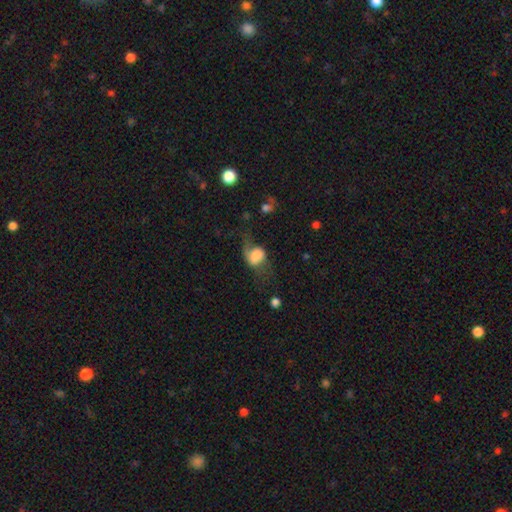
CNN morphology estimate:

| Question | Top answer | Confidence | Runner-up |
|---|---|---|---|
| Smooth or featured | smooth | 62% | featured or disk (28%) |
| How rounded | in between | 60% | round (39%) |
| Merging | major disturbance | 41% | none (30%) |